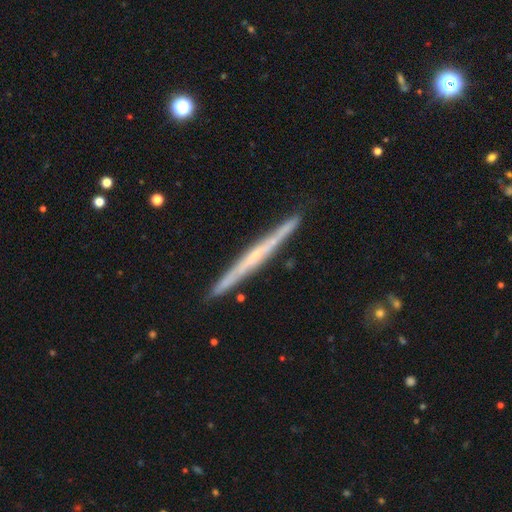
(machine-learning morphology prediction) smooth-or-featured: featured or disk: 73% | smooth: 21% | star or artifact: 5%
  disk-edge-on: yes: 98% | no: 2%
    edge-on-bulge: none: 64% | rounded: 30% | boxy: 7%
  merging: none: 90% | minor disturbance: 7% | merger: 1% | major disturbance: 1%